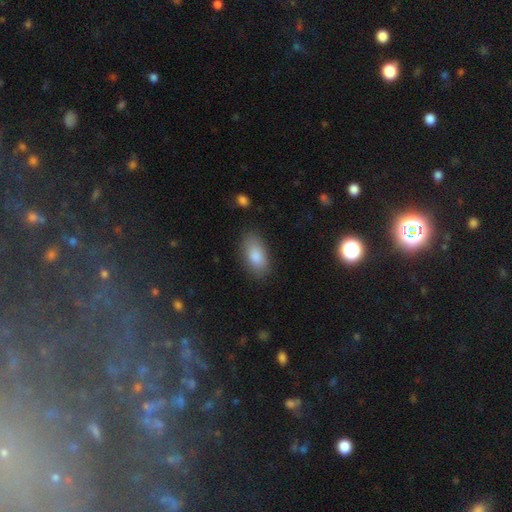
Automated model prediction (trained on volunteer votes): smooth-or-featured: smooth: 84% | featured or disk: 8% | star or artifact: 8%
  how-rounded: in between: 92% | cigar-shaped: 4% | round: 4%
  merging: none: 84% | minor disturbance: 12% | major disturbance: 3% | merger: 1%